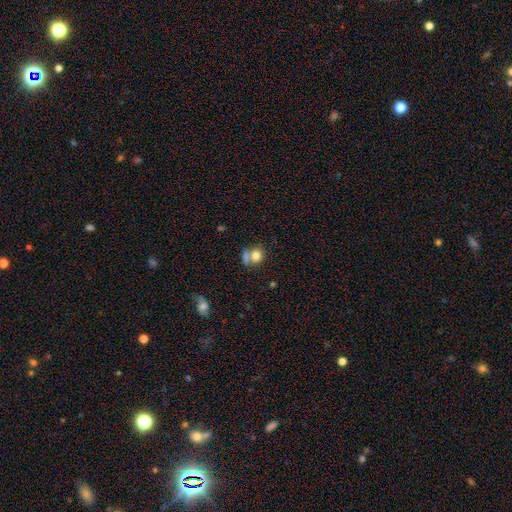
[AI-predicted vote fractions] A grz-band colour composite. It shows a smooth galaxy with no disk features (78%) that is round (71%). Merging: none (44%).